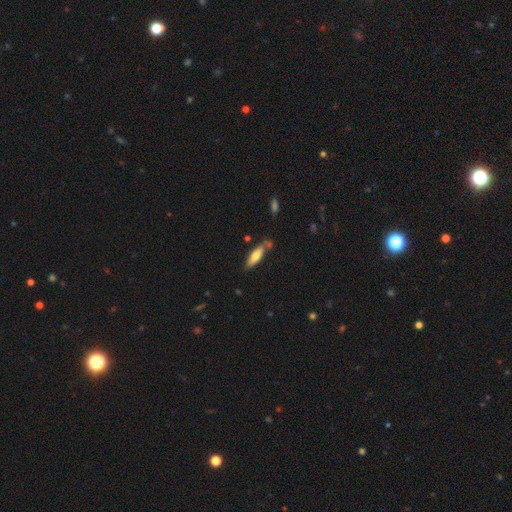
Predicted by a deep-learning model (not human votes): Morphology: type=smooth (68%); roundness=cigar-shaped (56%); merging=none (71%).